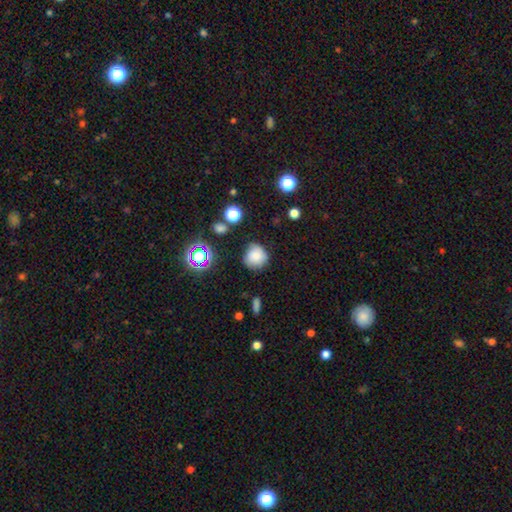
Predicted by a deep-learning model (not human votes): This is likely a smooth galaxy (77%). How rounded: clearly round (87%). Merging: likely none (70%).